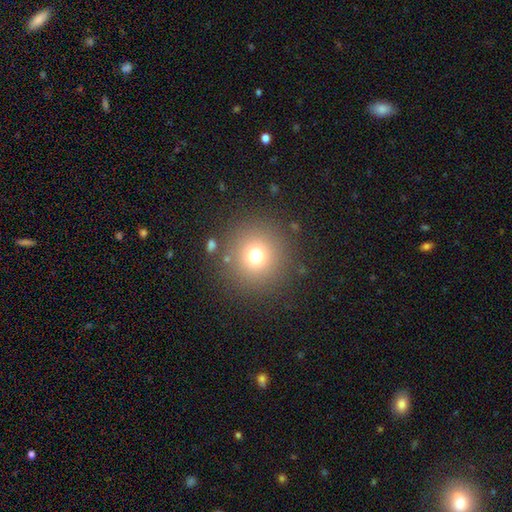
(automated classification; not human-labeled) Smooth or featured? Predicted: smooth (p=0.72). How rounded? Predicted: round (p=0.95). Merging? Predicted: none (p=0.87).